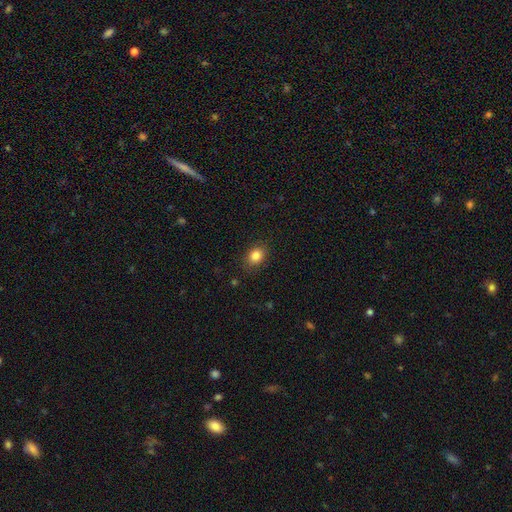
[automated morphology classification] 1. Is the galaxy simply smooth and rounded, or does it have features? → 85% smooth, 10% star or artifact, 6% featured or disk.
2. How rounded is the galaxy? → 59% in between, 40% round, 1% cigar-shaped.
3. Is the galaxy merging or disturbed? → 85% none, 11% minor disturbance, 3% major disturbance, 1% merger.